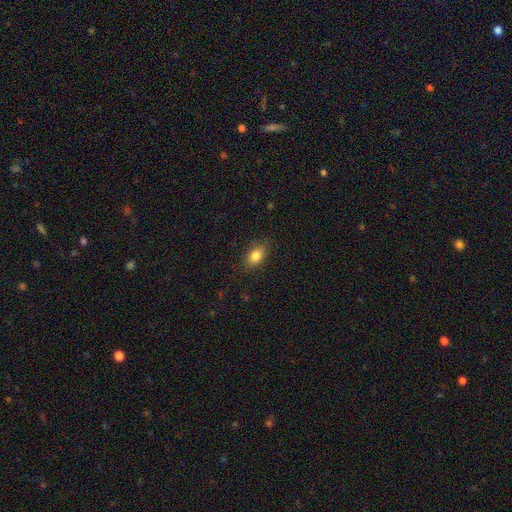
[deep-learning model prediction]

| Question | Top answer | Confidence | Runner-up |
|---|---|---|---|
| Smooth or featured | smooth | 84% | star or artifact (9%) |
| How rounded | in between | 82% | round (16%) |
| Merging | none | 83% | minor disturbance (13%) |